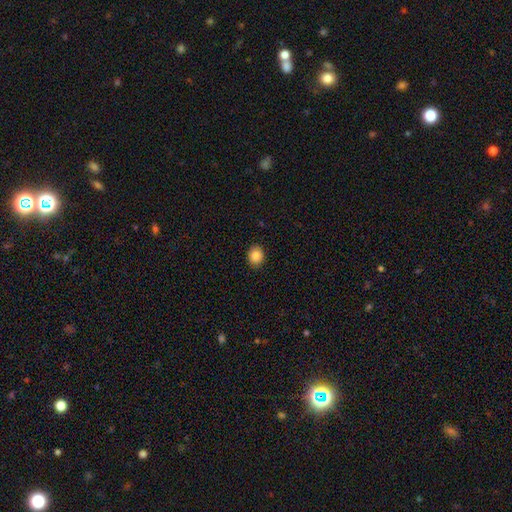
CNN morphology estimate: type=smooth (84%); roundness=round (65%); merging=none (91%).